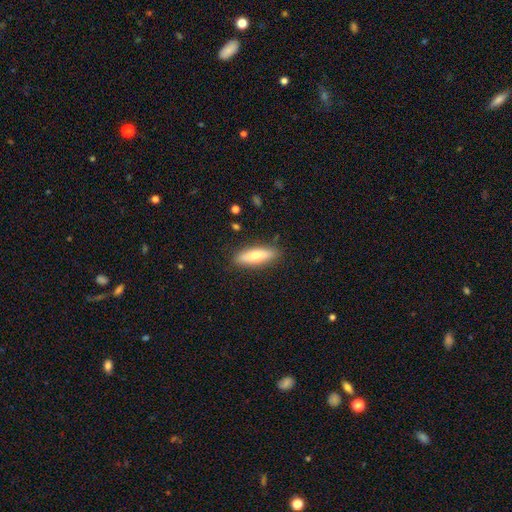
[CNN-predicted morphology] This appears to be a smooth galaxy with no disk features (68%) that is cigar-shaped (56%). Merging: none (88%).